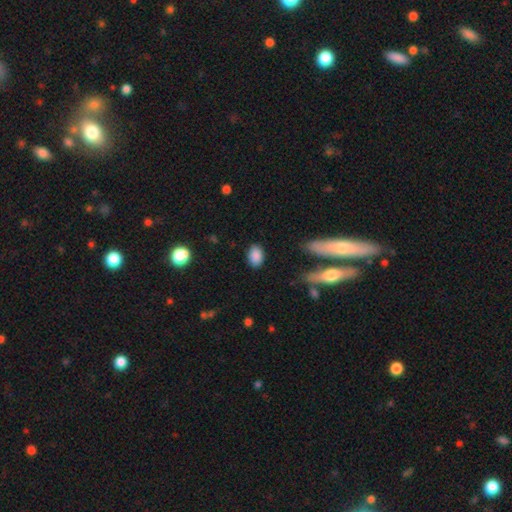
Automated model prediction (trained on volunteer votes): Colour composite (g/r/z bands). It shows a smooth galaxy with no disk features (87%) that is in between round and cigar-shaped (83%). Merging: none (84%).